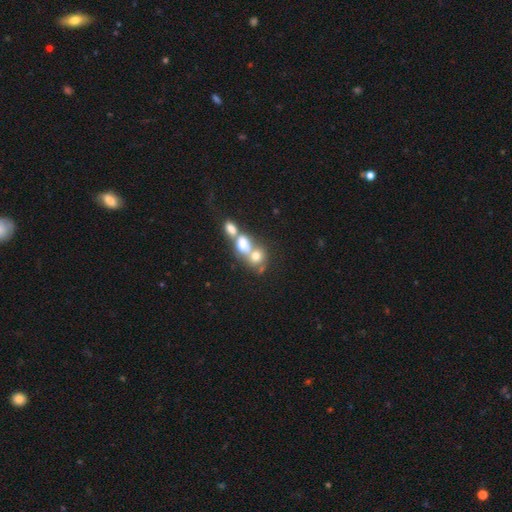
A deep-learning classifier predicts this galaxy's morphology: type=smooth (66%); roundness=round (55%); merging=merger (64%).